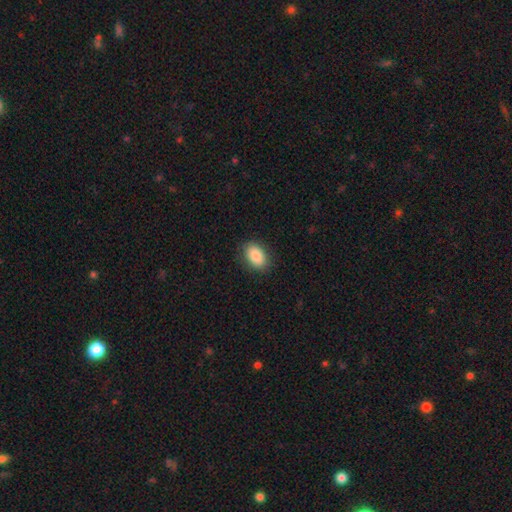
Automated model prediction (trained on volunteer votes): Smooth or featured? smooth (86%)
How rounded? in between (87%)
Merging? none (86%)